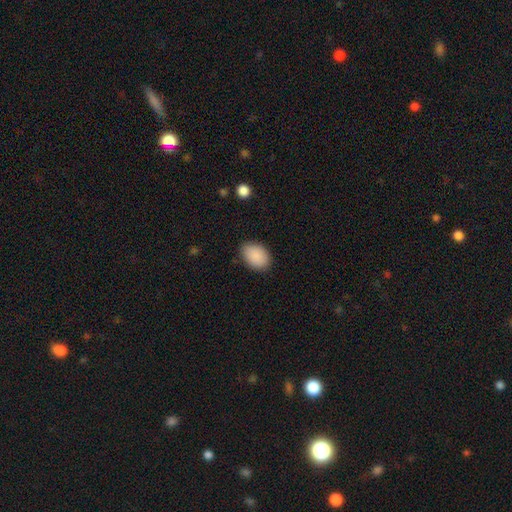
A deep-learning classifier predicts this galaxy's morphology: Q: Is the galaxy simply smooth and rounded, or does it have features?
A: smooth — 90%.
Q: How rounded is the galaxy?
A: in between — 84%.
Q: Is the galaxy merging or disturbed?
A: none — 83%.